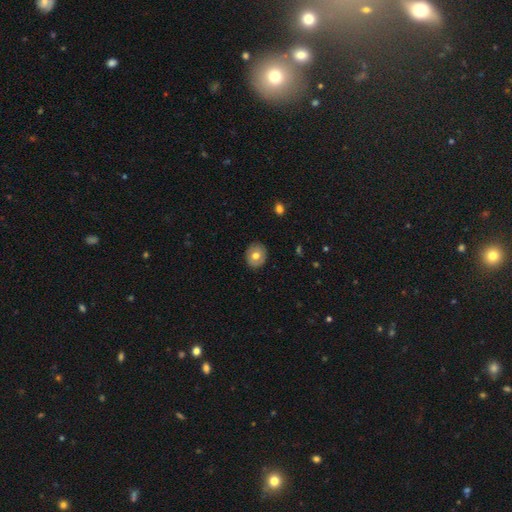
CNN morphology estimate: A smooth galaxy with no disk features (66%) that is round (71%). Merging: none (88%).